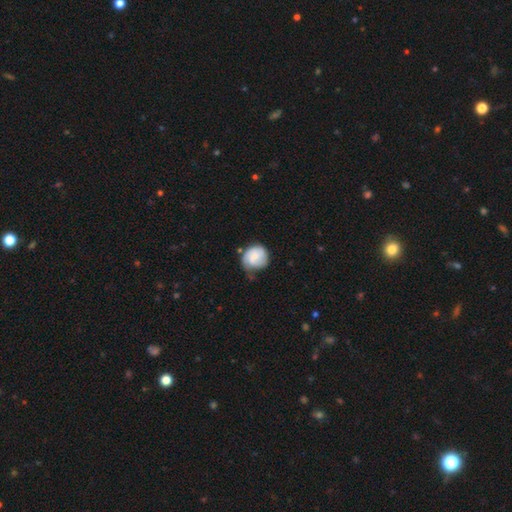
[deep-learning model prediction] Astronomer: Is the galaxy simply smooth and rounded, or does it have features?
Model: smooth — 55% (runner-up: featured or disk, 38%).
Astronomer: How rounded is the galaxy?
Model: round — 82%.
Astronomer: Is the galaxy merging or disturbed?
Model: none — 55% (runner-up: minor disturbance, 31%).